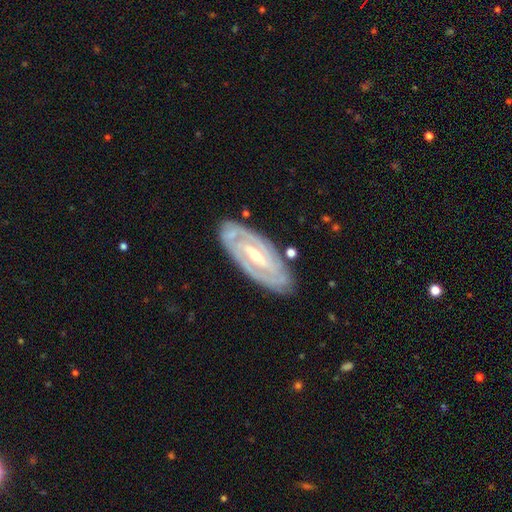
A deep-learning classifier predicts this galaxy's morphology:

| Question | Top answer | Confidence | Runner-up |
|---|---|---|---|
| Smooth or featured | featured or disk | 89% | smooth (7%) |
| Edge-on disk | no | 92% | yes (8%) |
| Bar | strong | 41% | weak (38%) |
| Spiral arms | yes | 95% | no (5%) |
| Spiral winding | tight | 69% | medium (26%) |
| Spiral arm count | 2 | 58% | can't tell (16%) |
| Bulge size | moderate | 50% | small (47%) |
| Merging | none | 82% | minor disturbance (13%) |